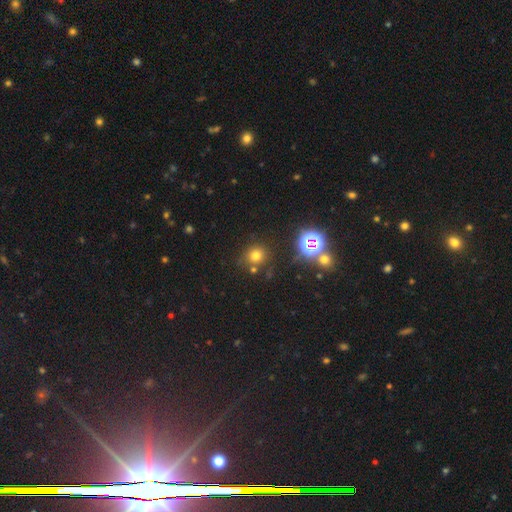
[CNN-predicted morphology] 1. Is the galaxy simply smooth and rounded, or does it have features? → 68% smooth, 24% star or artifact, 8% featured or disk.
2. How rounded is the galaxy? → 89% round, 10% in between, 1% cigar-shaped.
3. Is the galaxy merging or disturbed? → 77% none, 11% minor disturbance, 8% merger, 4% major disturbance.